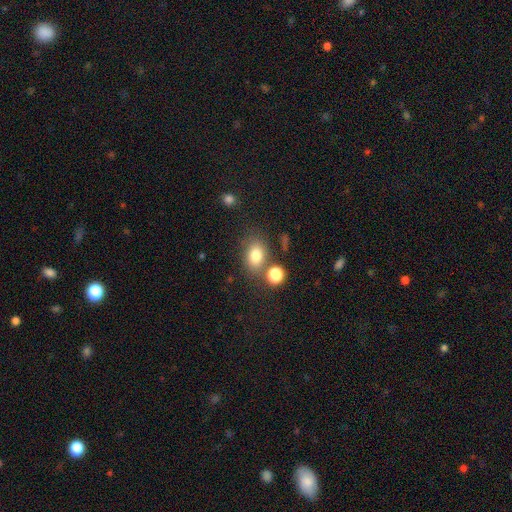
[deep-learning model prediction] smooth-or-featured: smooth: 80% | star or artifact: 11% | featured or disk: 9%
  how-rounded: in between: 72% | round: 27% | cigar-shaped: 2%
  merging: none: 67% | minor disturbance: 14% | merger: 13% | major disturbance: 5%